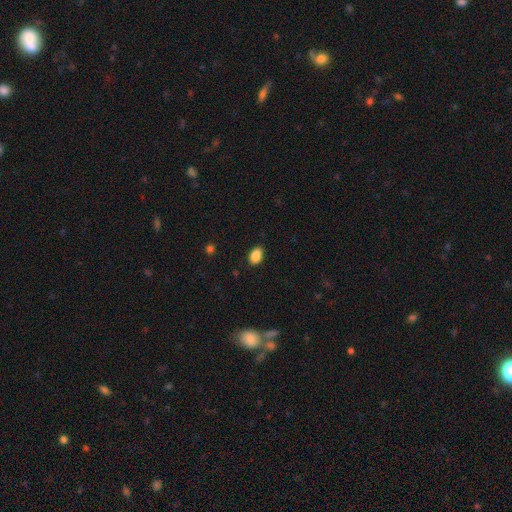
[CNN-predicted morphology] smooth_or_featured: smooth (p=0.89) [alt: star or artifact p=0.08]
how_rounded: in between (p=0.87) [alt: round p=0.12]
merging: none (p=0.86) [alt: minor disturbance p=0.11]